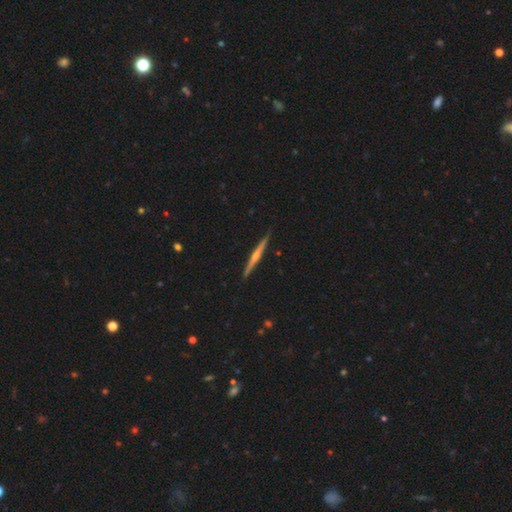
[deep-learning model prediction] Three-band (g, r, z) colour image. It shows a featured or disk galaxy (78%) viewed edge-on (98%) with a rounded central bulge (81%). Merging: none (92%).